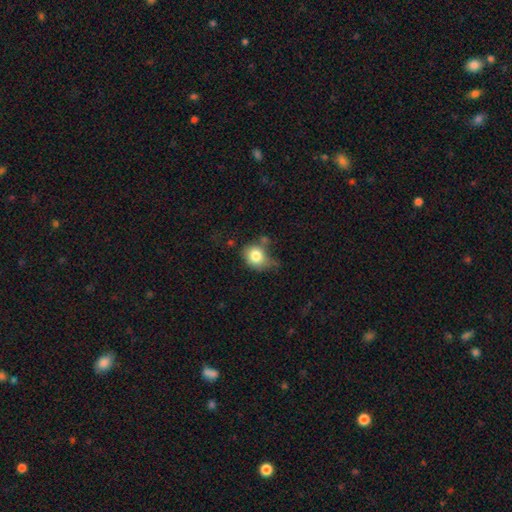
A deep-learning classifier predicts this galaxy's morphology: Smooth or featured?
  - smooth: 79% *
  - featured or disk: 11%
  - star or artifact: 10%
How rounded?
  - round: 59% *
  - in between: 40%
  - cigar-shaped: 1%
Merging?
  - none: 42% *
  - minor disturbance: 35%
  - major disturbance: 14%
  - merger: 9%